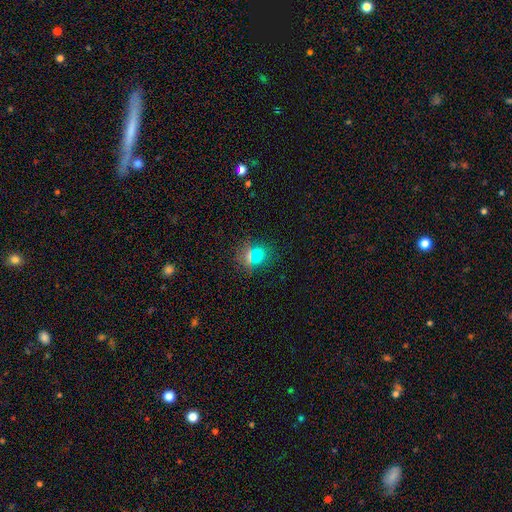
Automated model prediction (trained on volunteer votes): The model was most divided on "smooth or featured": smooth: 67%, star or artifact: 25%, featured or disk: 8%. More confident: merging — none (81%); how rounded — round (78%).